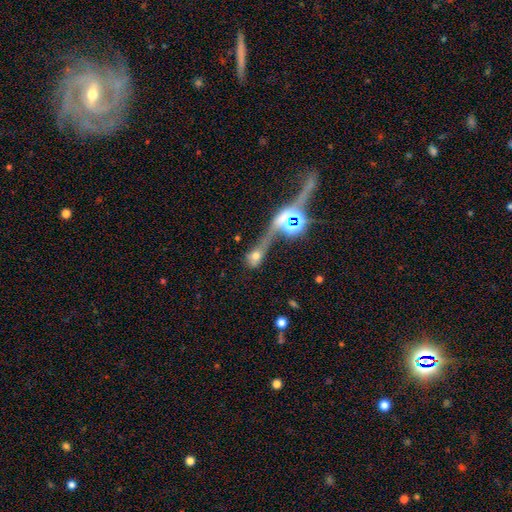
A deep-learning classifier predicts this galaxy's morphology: Smooth or featured? Predicted: smooth (p=0.50). Merging? Predicted: merger (p=0.44).